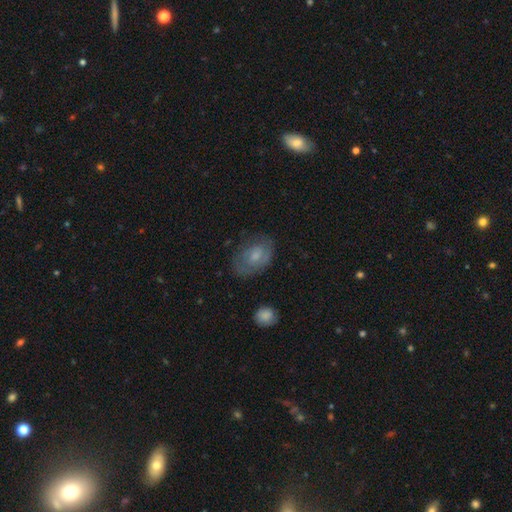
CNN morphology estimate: A smooth galaxy with no disk features (52%) that is in between round and cigar-shaped (83%). Merging: none (66%).